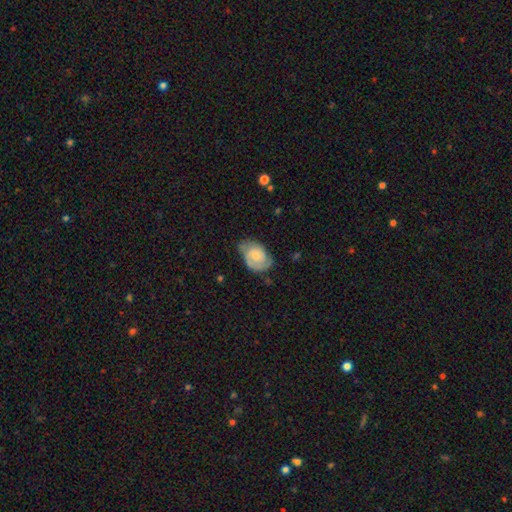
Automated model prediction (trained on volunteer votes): Smooth or featured? featured or disk (58%)
Edge-on disk? no (96%)
Bar? no (72%)
Spiral arms? yes (83%)
Bulge size? small (48%)
Merging? none (51%)